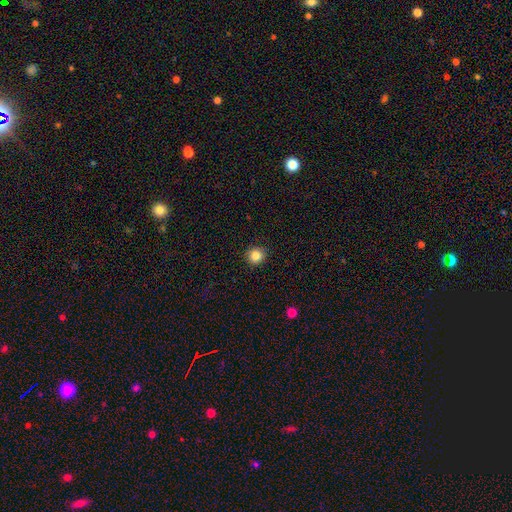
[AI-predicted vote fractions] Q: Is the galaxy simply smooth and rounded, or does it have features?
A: smooth — 85%.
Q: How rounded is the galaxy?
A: round — 88%.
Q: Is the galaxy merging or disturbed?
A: none — 90%.